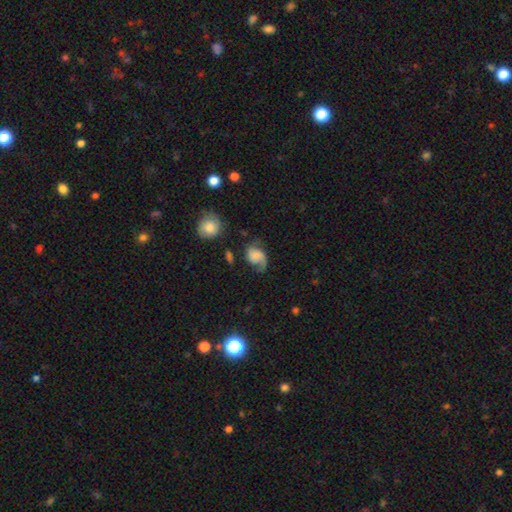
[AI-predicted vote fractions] Smooth or featured? Predicted: featured or disk (p=0.57). Edge-on disk? Predicted: no (p=0.97). Bar? Predicted: no (p=0.63). Spiral arms? Predicted: yes (p=0.92). Spiral winding? Predicted: loose (p=0.43). Spiral arm count? Predicted: 2 (p=0.62). Bulge size? Predicted: none (p=0.39). Merging? Predicted: none (p=0.48).